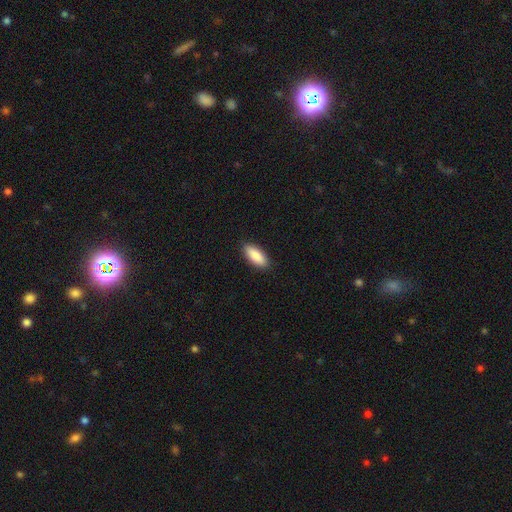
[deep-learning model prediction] A smooth galaxy with no disk features (88%) that is in between round and cigar-shaped (75%). Merging: none (90%).